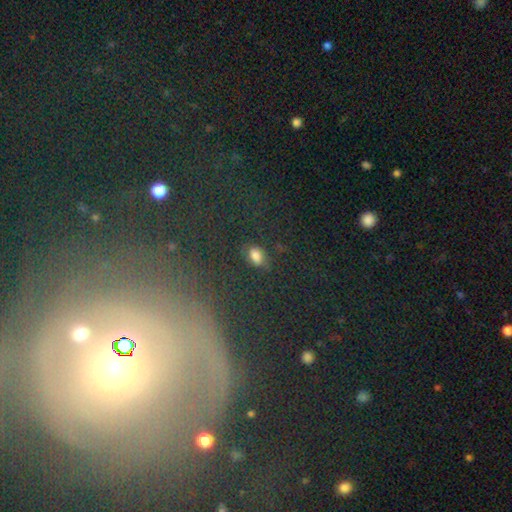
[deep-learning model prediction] Smooth or featured? smooth (66%)
How rounded? in between (83%)
Merging? none (75%)